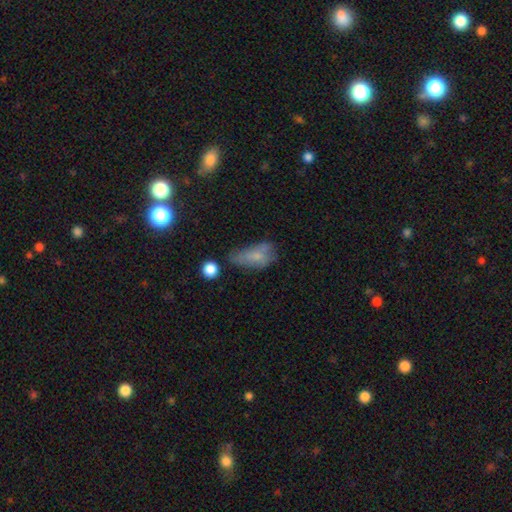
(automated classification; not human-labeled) Smooth or featured? Predicted: smooth (p=0.66). How rounded? Predicted: in between (p=0.85). Merging? Predicted: none (p=0.35).